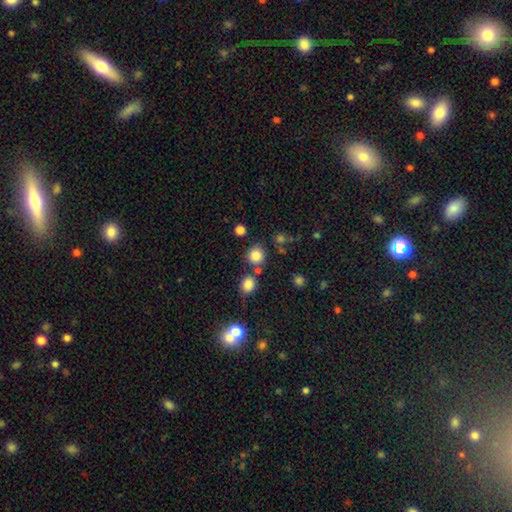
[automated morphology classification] smooth_or_featured: smooth (p=0.82) [alt: star or artifact p=0.13]
how_rounded: round (p=0.87) [alt: in between p=0.12]
merging: none (p=0.75) [alt: merger p=0.13]